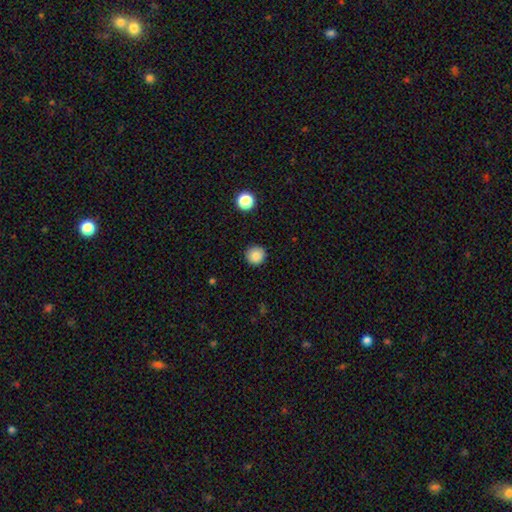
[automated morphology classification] Overall: smooth (86%). How rounded: round (94%). Merging: none (91%).